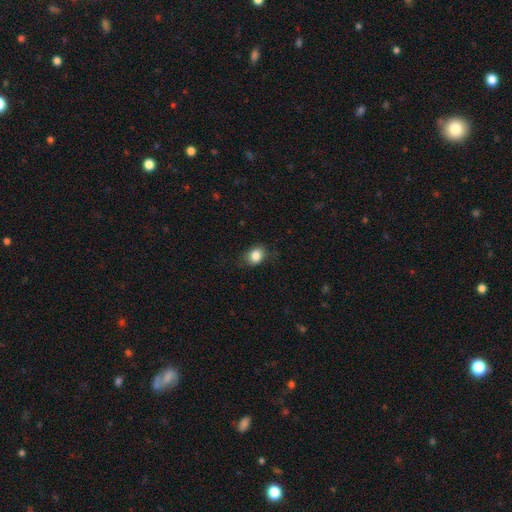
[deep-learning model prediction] Smooth or featured? Predicted: smooth (p=0.85). How rounded? Predicted: in between (p=0.56). Merging? Predicted: none (p=0.74).